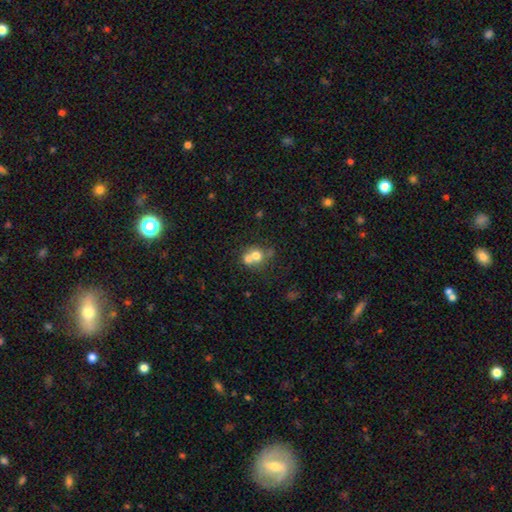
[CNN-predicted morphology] Q: Smooth or featured?
A: smooth (67%); runner-up: featured or disk (21%)
Q: How rounded?
A: round (78%); runner-up: in between (21%)
Q: Merging?
A: merger (58%); runner-up: none (32%)